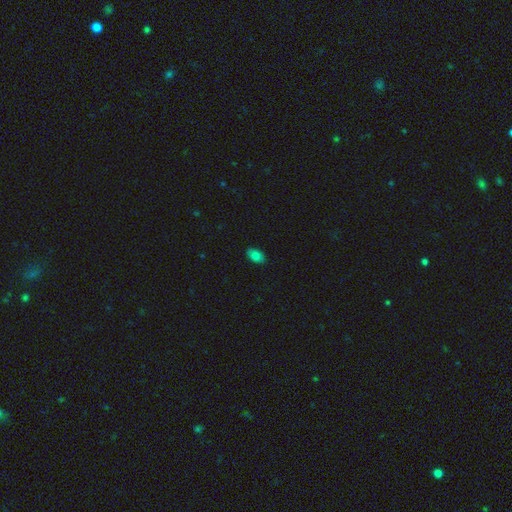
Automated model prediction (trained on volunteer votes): Smooth or featured?
  - smooth: 80% *
  - featured or disk: 11%
  - star or artifact: 9%
How rounded?
  - in between: 90% *
  - round: 9%
  - cigar-shaped: 2%
Merging?
  - none: 88% *
  - minor disturbance: 10%
  - major disturbance: 2%
  - merger: 1%